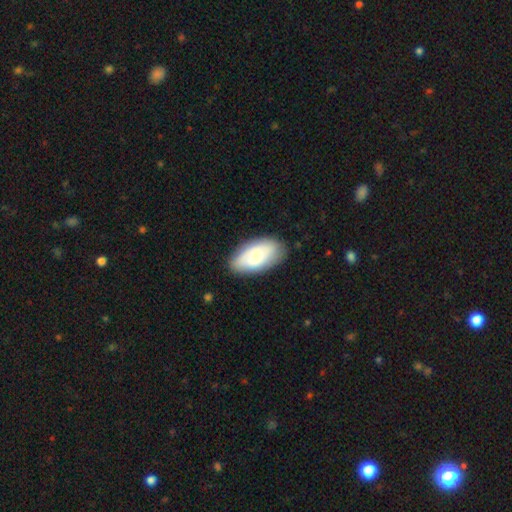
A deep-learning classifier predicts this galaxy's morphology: Smooth or featured? smooth (60%)
How rounded? in between (94%)
Merging? none (80%)